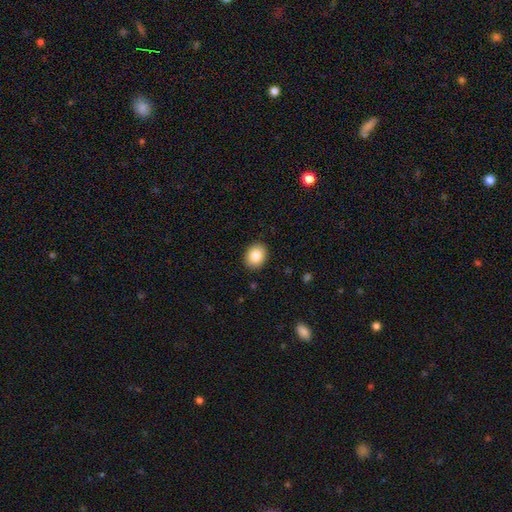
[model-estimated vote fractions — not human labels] Morphology: type=smooth (85%); roundness=round (51%); merging=none (90%).